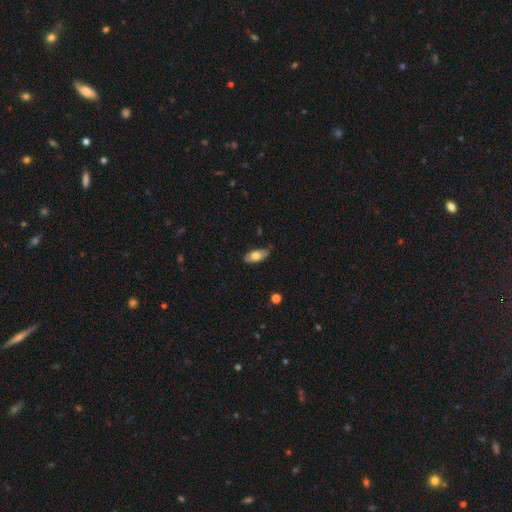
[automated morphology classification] This appears to be a smooth galaxy with no disk features (70%) that is in between round and cigar-shaped (88%). Merging: none (76%).